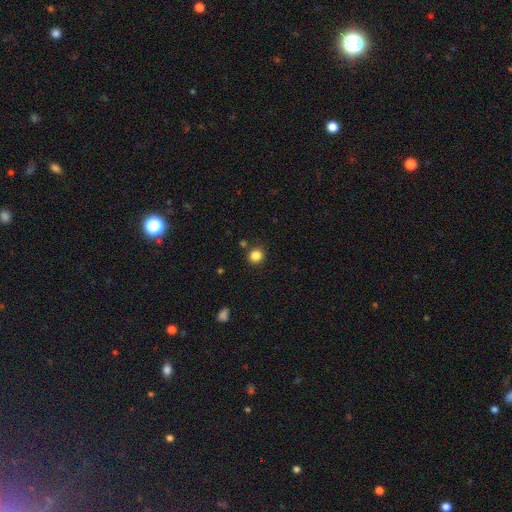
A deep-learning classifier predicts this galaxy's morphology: smooth 84%, star or artifact 12%, featured or disk 4%. Down the decision tree: how rounded — round (90%); merging — none (88%).